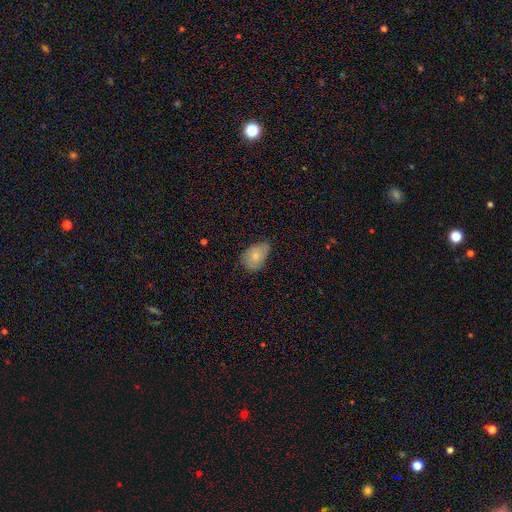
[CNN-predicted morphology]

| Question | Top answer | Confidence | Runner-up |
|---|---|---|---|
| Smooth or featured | smooth | 70% | featured or disk (22%) |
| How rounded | in between | 84% | round (14%) |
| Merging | none | 56% | minor disturbance (35%) |